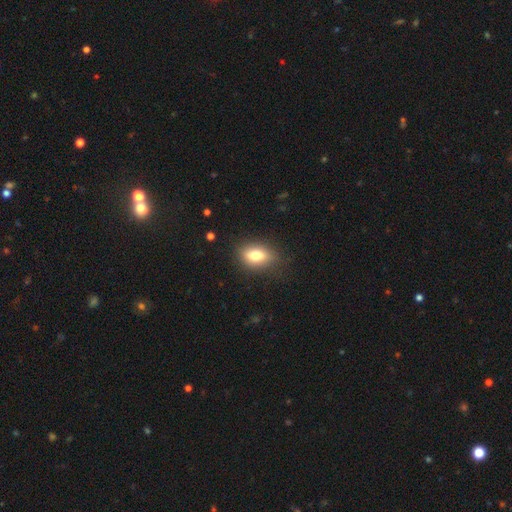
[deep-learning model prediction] A smooth galaxy with no disk features (76%) that is in between round and cigar-shaped (81%). Merging: none (81%).